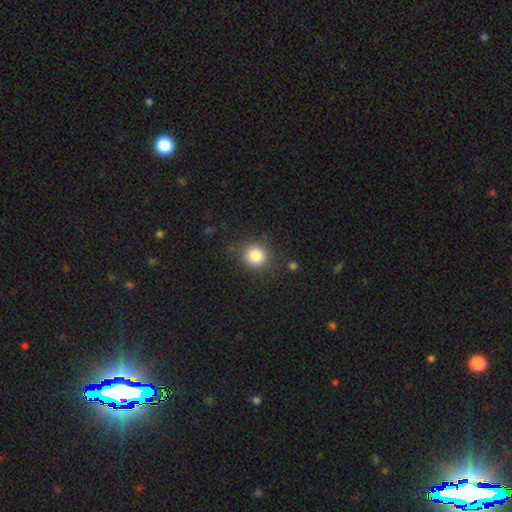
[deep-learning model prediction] This is clearly a smooth galaxy (84%). How rounded: clearly round (88%). Merging: clearly none (80%).